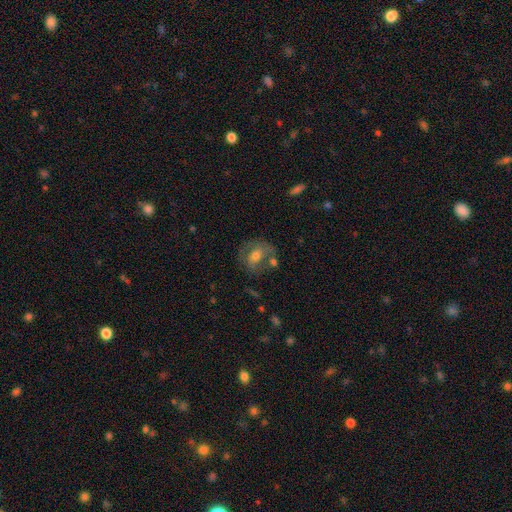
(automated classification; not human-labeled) A smooth galaxy with no disk features (46%). Merging: none (54%).